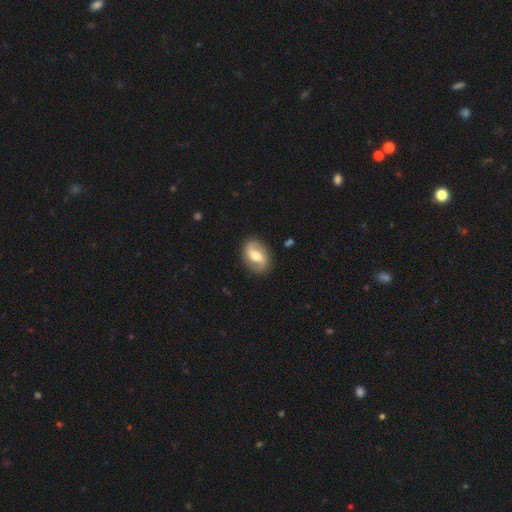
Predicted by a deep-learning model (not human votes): Smooth or featured? Predicted: featured or disk (p=0.75). Edge-on disk? Predicted: no (p=0.97). Bar? Predicted: weak (p=0.43). Spiral arms? Predicted: yes (p=0.88). Spiral winding? Predicted: loose (p=0.50). Spiral arm count? Predicted: 2 (p=0.91). Bulge size? Predicted: moderate (p=0.71). Merging? Predicted: none (p=0.86).